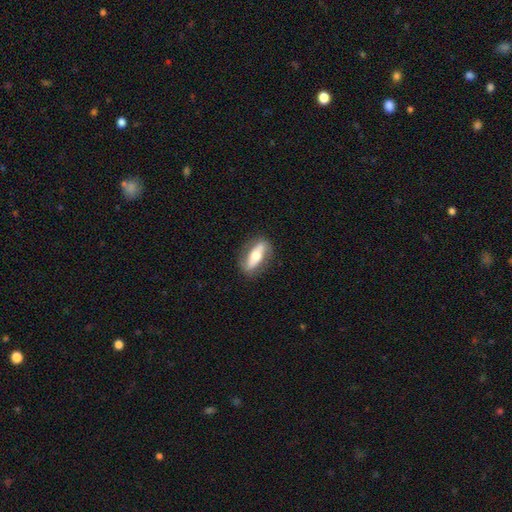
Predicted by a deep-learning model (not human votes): This is possibly a featured or disk galaxy (49%). Merging: clearly none (83%).